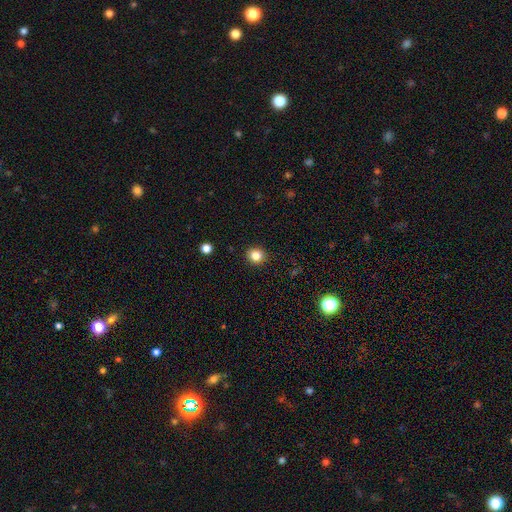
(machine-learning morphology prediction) smooth 83%, star or artifact 12%, featured or disk 5%. Down the decision tree: how rounded — round (85%); merging — none (91%).